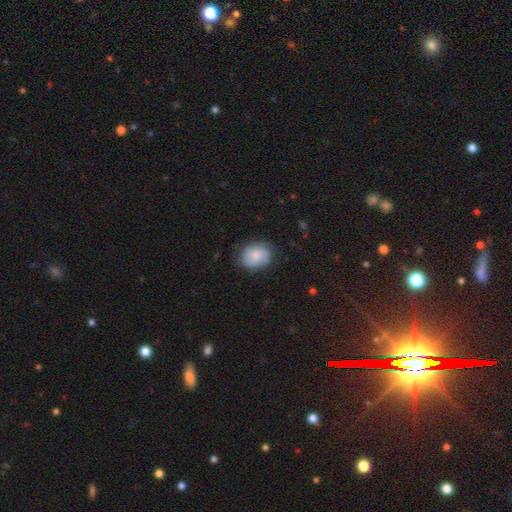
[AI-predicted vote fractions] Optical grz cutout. It shows a smooth galaxy with no disk features (69%) that is round (50%). Merging: none (74%).